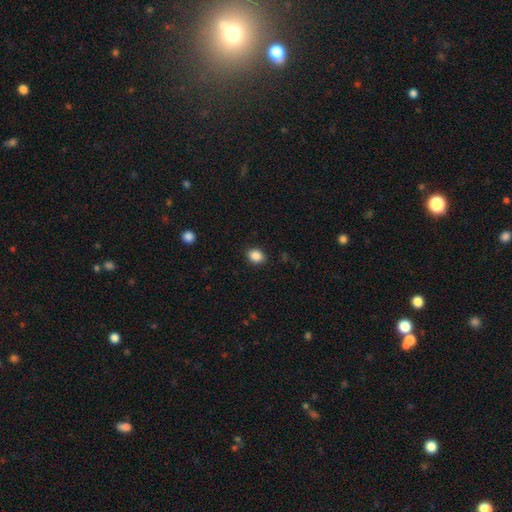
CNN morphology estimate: Smooth or featured: smooth — 88% (star or artifact — 9%)
How rounded: in between — 53% (round — 46%)
Merging: none — 89% (minor disturbance — 8%)